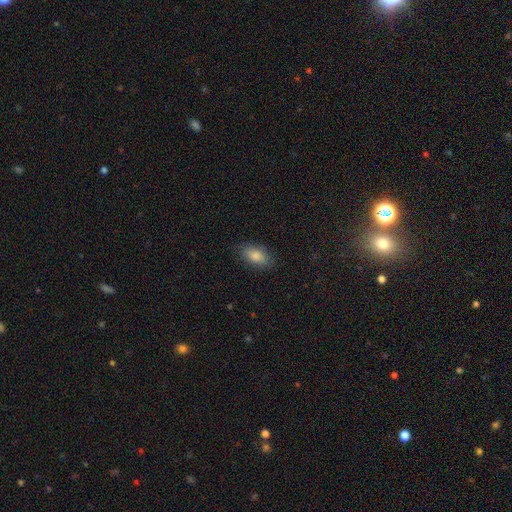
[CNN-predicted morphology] smooth_or_featured: smooth (p=0.84) [alt: featured or disk p=0.08]
how_rounded: in between (p=0.90) [alt: round p=0.05]
merging: none (p=0.83) [alt: minor disturbance p=0.13]